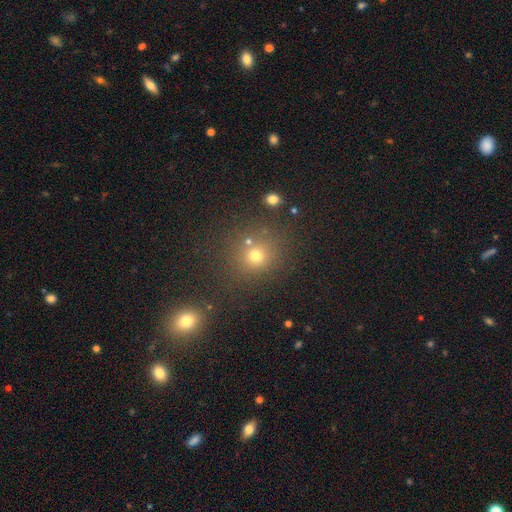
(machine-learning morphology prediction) smooth_or_featured: smooth (p=0.69) [alt: star or artifact p=0.23]
how_rounded: round (p=0.87) [alt: in between p=0.12]
merging: none (p=0.76) [alt: merger p=0.10]